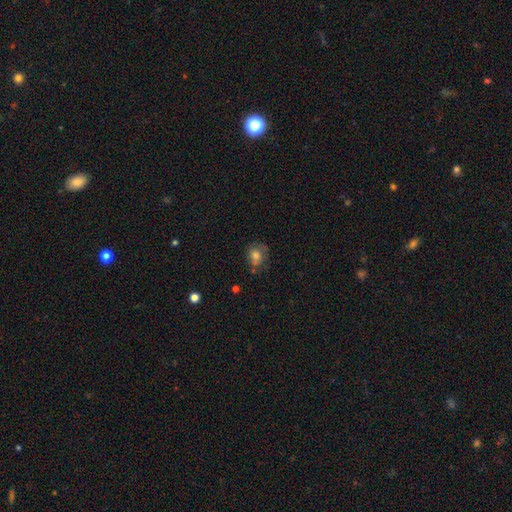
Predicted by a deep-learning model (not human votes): This appears to be a smooth galaxy with no disk features (65%) that is round (57%). Merging: none (51%).